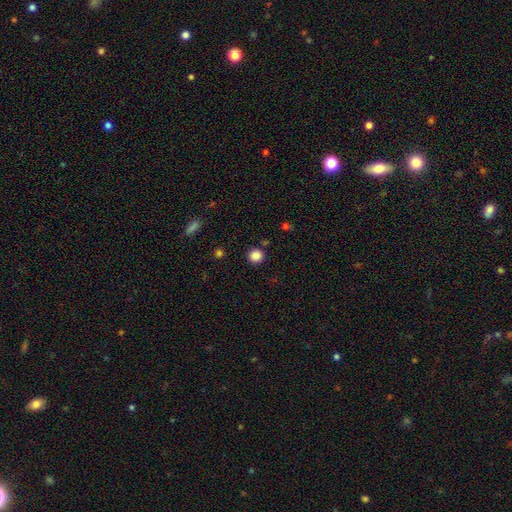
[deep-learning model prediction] A smooth galaxy with no disk features (86%) that is round (93%).

Vote fractions:
- Smooth or featured? smooth: 86% / star or artifact: 11% / featured or disk: 3%
- How rounded? round: 93% / in between: 6% / cigar-shaped: 1%
- Merging? none: 89% / minor disturbance: 6% / merger: 3% / major disturbance: 2%